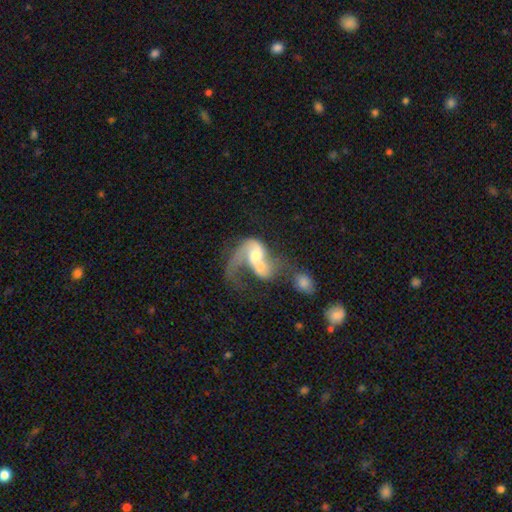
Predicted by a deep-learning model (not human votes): Morphology: type=featured or disk (66%); edge-on=no (96%); bar=no (57%); spiral arms=yes (79%); winding=loose (74%); arm count=1 (55%); bulge=moderate (58%); merging=merger (67%).